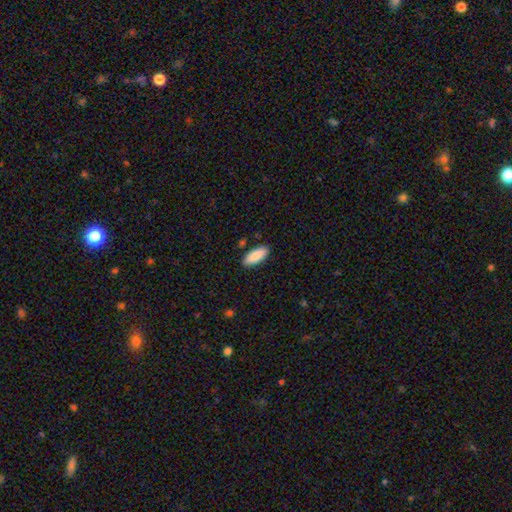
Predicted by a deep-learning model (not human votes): Q: Smooth or featured?
A: smooth (89%); runner-up: star or artifact (6%)
Q: How rounded?
A: in between (79%); runner-up: cigar-shaped (20%)
Q: Merging?
A: none (88%); runner-up: minor disturbance (9%)